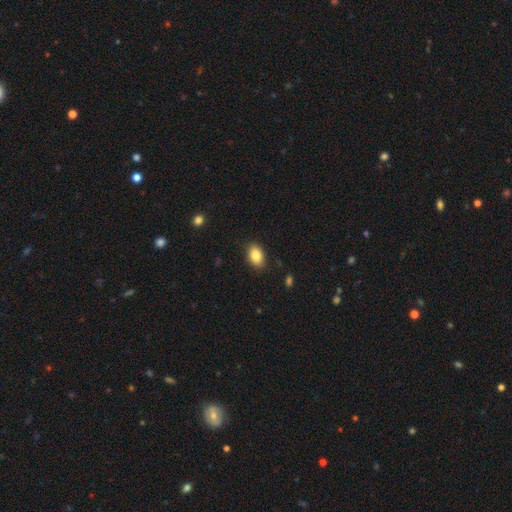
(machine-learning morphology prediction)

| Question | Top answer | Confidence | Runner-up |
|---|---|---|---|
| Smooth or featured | smooth | 85% | star or artifact (8%) |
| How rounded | in between | 84% | round (14%) |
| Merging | none | 87% | minor disturbance (10%) |